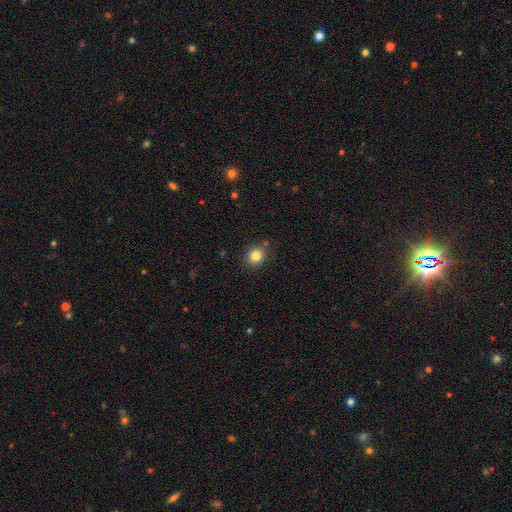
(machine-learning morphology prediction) This is clearly a smooth galaxy (83%). How rounded: likely round (72%). Merging: clearly none (82%).